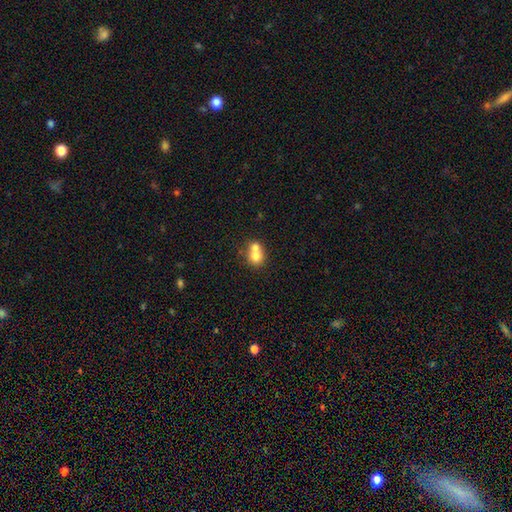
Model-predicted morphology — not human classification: smooth-or-featured: smooth: 71% | featured or disk: 19% | star or artifact: 10%
  how-rounded: round: 71% | in between: 28% | cigar-shaped: 1%
  merging: merger: 64% | none: 27% | minor disturbance: 6% | major disturbance: 3%